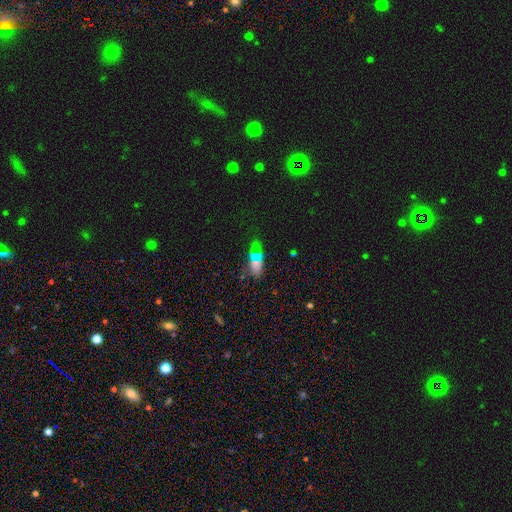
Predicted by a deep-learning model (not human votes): Morphology: type=smooth (59%); roundness=in between (73%); merging=none (80%).